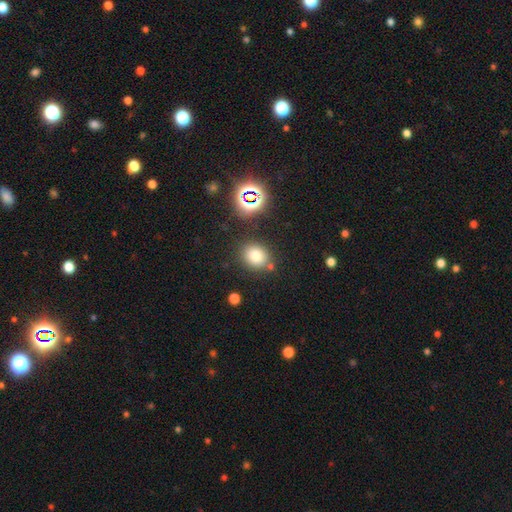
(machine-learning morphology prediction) This is likely a smooth galaxy (75%). How rounded: likely round (70%). Merging: likely none (78%).